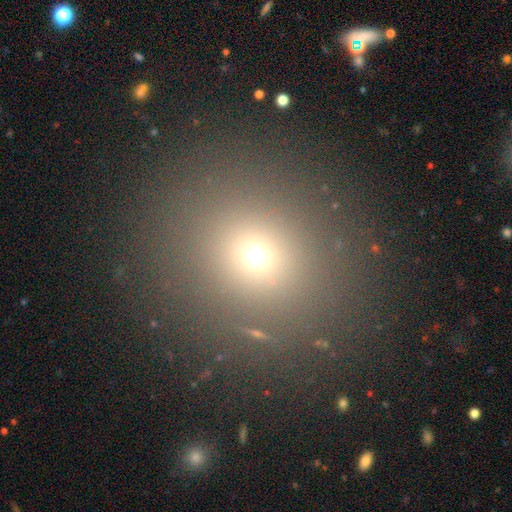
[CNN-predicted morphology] smooth_or_featured: smooth (p=0.63) [alt: star or artifact p=0.27]
how_rounded: round (p=0.85) [alt: in between p=0.14]
merging: none (p=0.87) [alt: minor disturbance p=0.07]